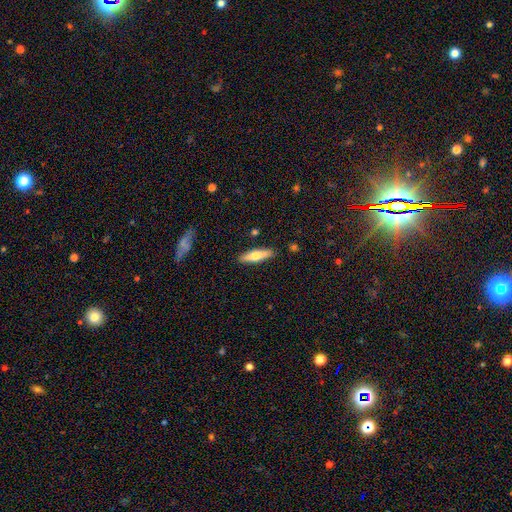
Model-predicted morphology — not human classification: smooth-or-featured: smooth: 60% | featured or disk: 35% | star or artifact: 6%
  how-rounded: cigar-shaped: 70% | in between: 29% | round: 2%
  merging: none: 88% | minor disturbance: 8% | merger: 2% | major disturbance: 2%